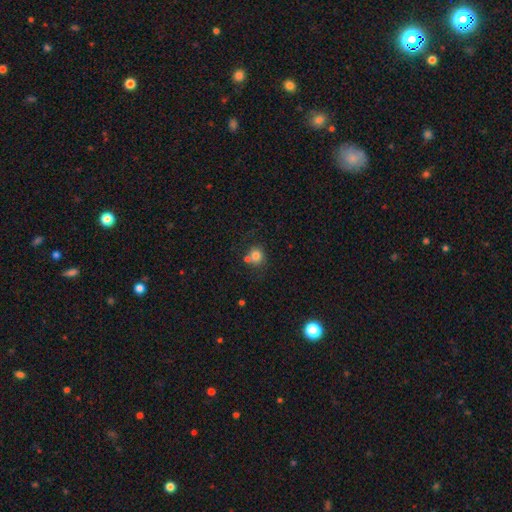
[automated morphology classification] Smooth or featured? smooth (80%)
How rounded? round (85%)
Merging? none (58%)